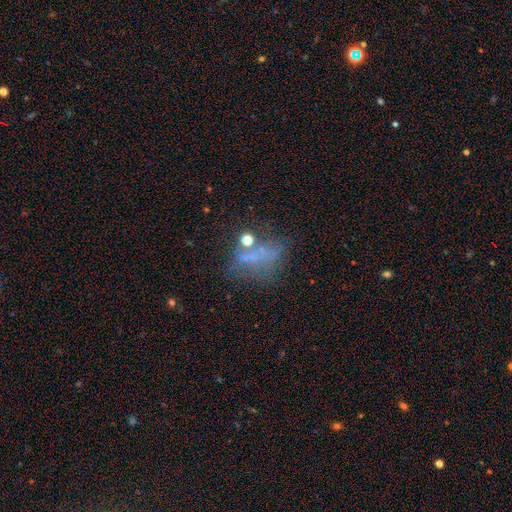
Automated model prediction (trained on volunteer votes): A smooth galaxy with no disk features (36%).

Vote fractions:
- Smooth or featured? smooth: 36% / featured or disk: 32% / star or artifact: 32%
- Merging? none: 45% / major disturbance: 26% / minor disturbance: 19% / merger: 10%